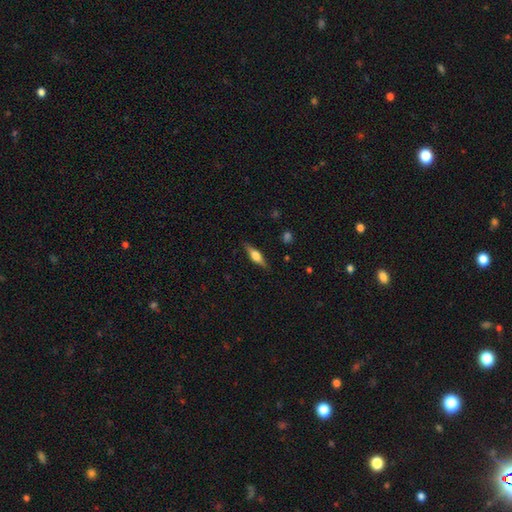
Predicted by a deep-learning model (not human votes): This appears to be a featured or disk galaxy (62%) viewed edge-on (96%) with a rounded central bulge (90%). Merging: none (87%).